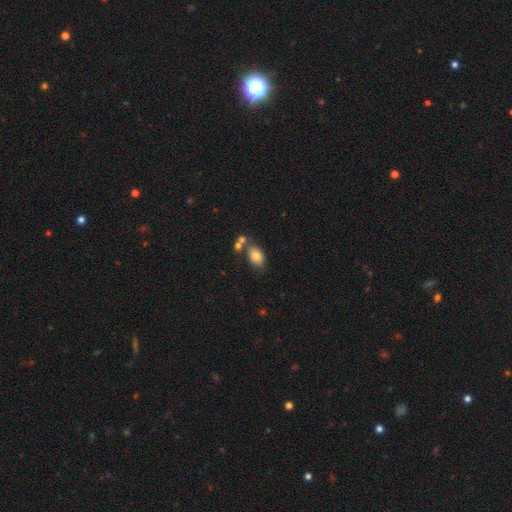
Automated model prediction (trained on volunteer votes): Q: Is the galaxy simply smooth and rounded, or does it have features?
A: smooth — 81%.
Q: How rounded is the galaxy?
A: in between — 90%.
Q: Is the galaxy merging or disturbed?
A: none — 58%.